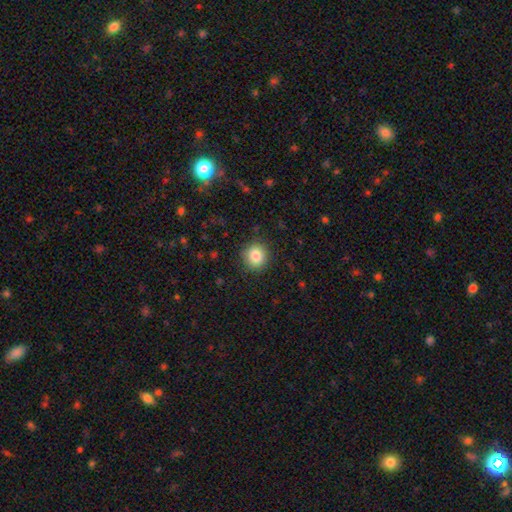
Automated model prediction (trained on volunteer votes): Smooth or featured?
  - smooth: 84% *
  - star or artifact: 10%
  - featured or disk: 6%
How rounded?
  - round: 87% *
  - in between: 12%
  - cigar-shaped: 1%
Merging?
  - none: 88% *
  - minor disturbance: 8%
  - major disturbance: 3%
  - merger: 1%